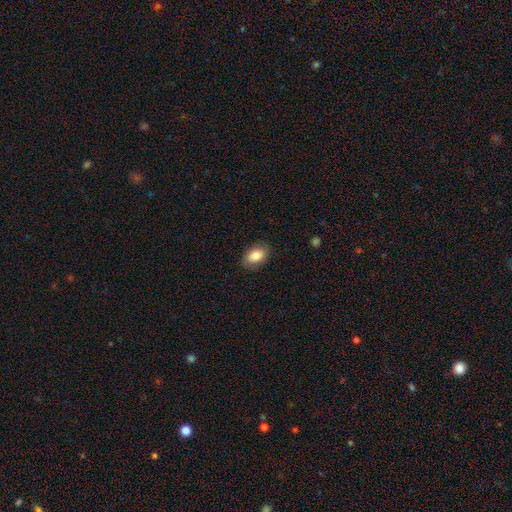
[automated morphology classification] This is clearly a smooth galaxy (84%). How rounded: clearly in between (88%). Merging: clearly none (86%).